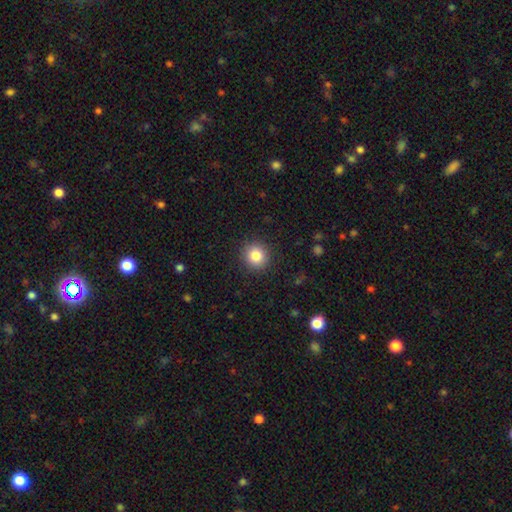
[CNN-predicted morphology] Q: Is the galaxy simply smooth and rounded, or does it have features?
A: smooth — 83%.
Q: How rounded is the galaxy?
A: round — 92%.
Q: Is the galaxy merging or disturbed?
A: none — 91%.